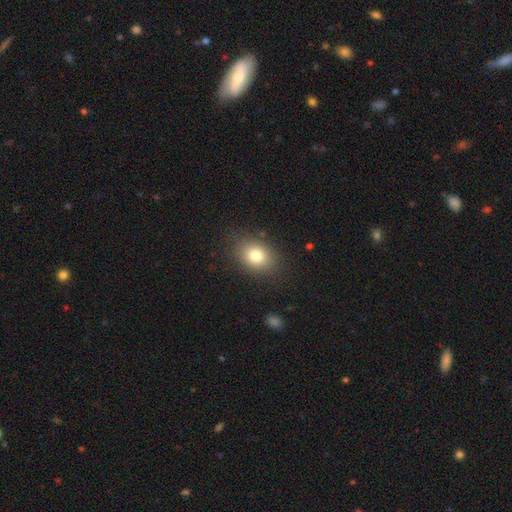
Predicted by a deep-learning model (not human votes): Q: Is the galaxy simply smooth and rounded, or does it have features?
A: smooth — 79%.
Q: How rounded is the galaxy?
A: in between — 64%.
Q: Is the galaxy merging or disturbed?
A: none — 84%.